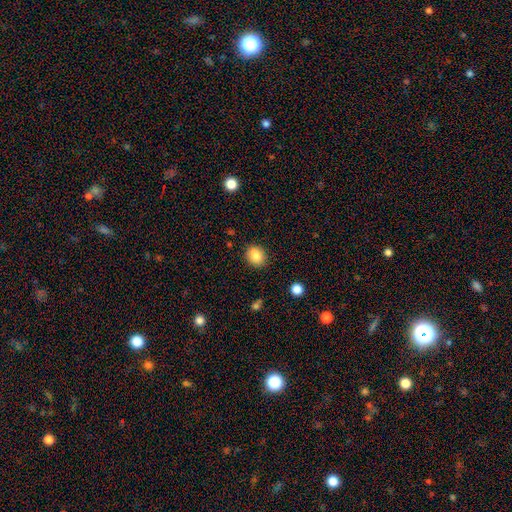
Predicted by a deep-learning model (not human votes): Smooth or featured? Predicted: smooth (p=0.85). How rounded? Predicted: round (p=0.62). Merging? Predicted: none (p=0.88).